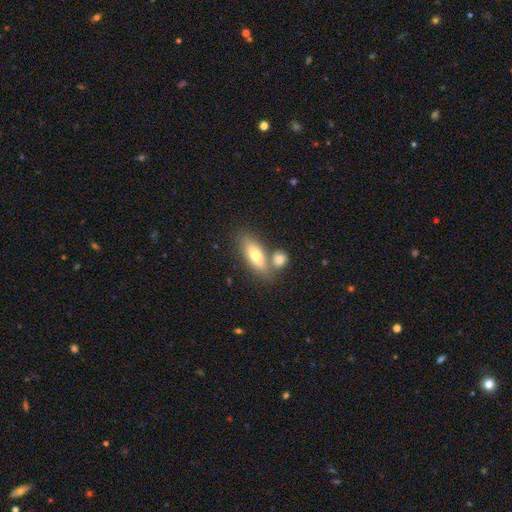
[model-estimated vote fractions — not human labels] Overall: smooth (67%). How rounded: in between (68%). Merging: none (55%; merger 30%).